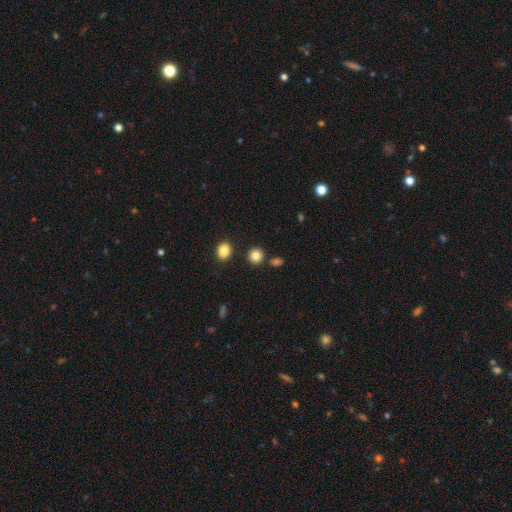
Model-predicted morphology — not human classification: smooth 85%, star or artifact 11%, featured or disk 4%. Down the decision tree: how rounded — round (88%); merging — none (85%).